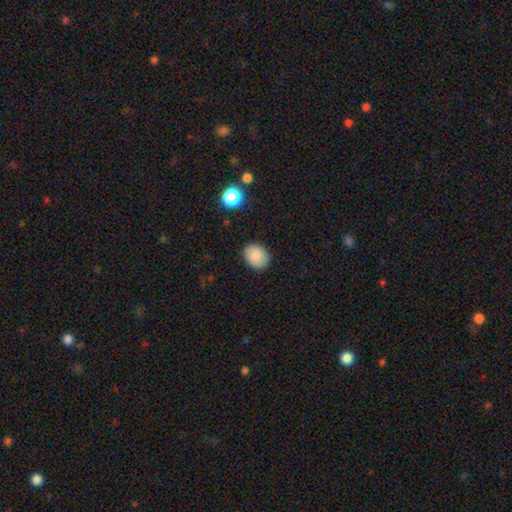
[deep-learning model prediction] Smooth or featured? Predicted: smooth (p=0.86). How rounded? Predicted: round (p=0.50, tied with in between). Merging? Predicted: none (p=0.87).